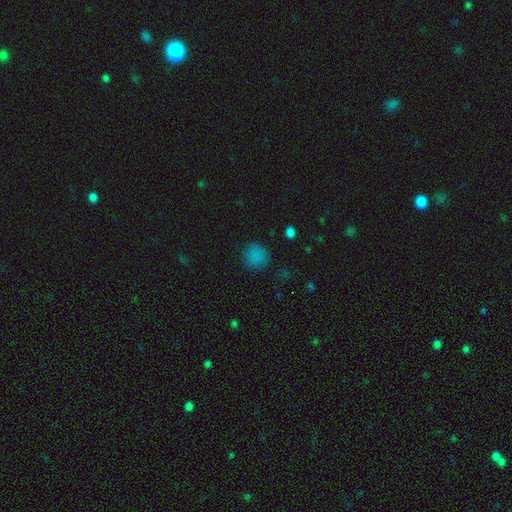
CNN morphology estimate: smooth_or_featured: smooth (p=0.81) [alt: star or artifact p=0.15]
how_rounded: round (p=0.90) [alt: in between p=0.09]
merging: none (p=0.85) [alt: minor disturbance p=0.10]